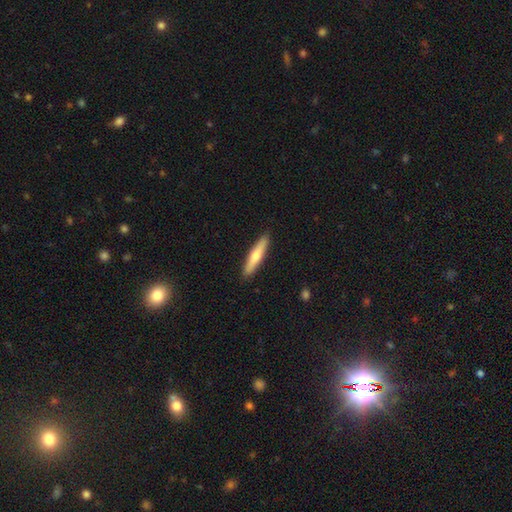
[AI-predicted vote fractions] This appears to be a smooth galaxy with no disk features (58%) that is cigar-shaped (89%). Merging: none (91%).